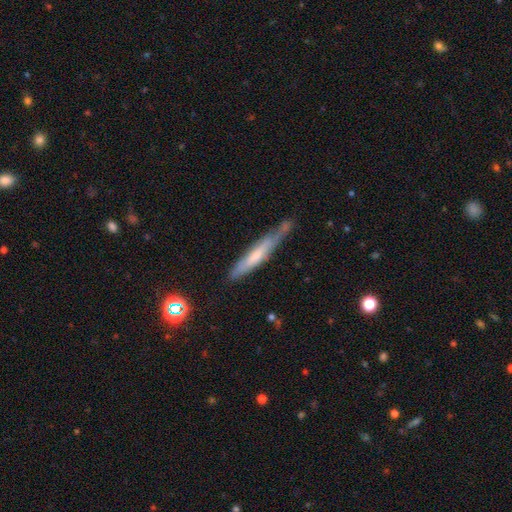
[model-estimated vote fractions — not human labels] A smooth galaxy with no disk features (47%, tied with featured or disk). Merging: none (59%).